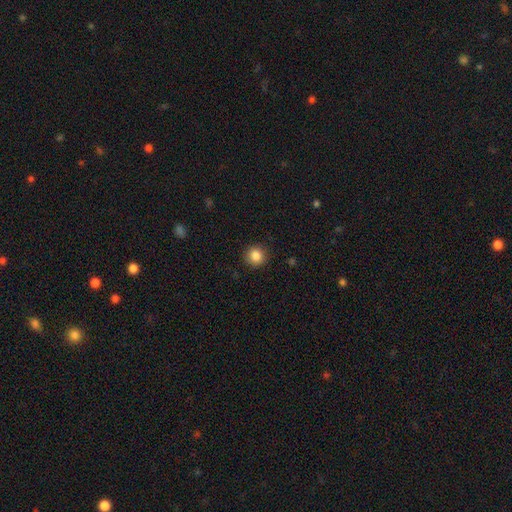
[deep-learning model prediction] Smooth or featured? Predicted: smooth (p=0.86). How rounded? Predicted: round (p=0.92). Merging? Predicted: none (p=0.90).